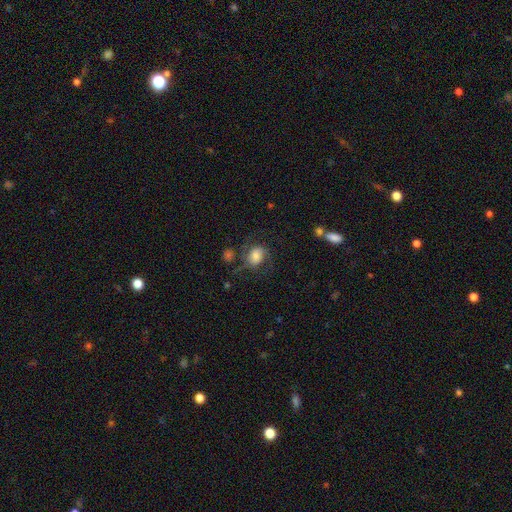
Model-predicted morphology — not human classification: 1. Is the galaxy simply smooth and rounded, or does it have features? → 54% featured or disk, 37% smooth, 9% star or artifact.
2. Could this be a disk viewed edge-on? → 97% no, 3% yes.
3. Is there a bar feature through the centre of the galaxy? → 63% no, 29% weak, 7% strong.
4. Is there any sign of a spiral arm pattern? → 87% yes, 13% no.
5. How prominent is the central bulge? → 41% moderate, 25% large, 23% small, 6% dominant, 5% none.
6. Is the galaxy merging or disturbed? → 52% none, 22% major disturbance, 20% minor disturbance, 5% merger.